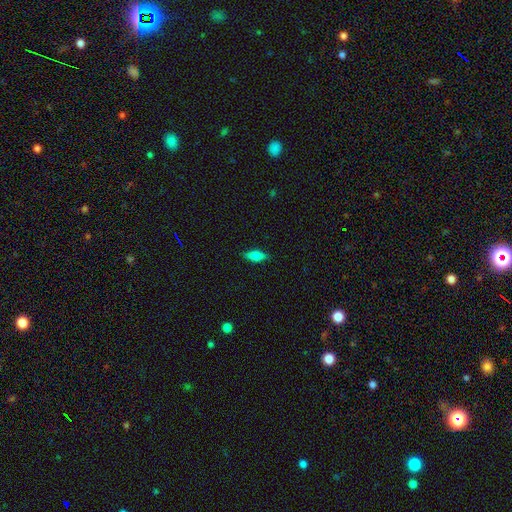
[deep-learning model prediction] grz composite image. It shows a smooth galaxy with no disk features (66%) that is in between round and cigar-shaped (67%). Merging: none (85%).